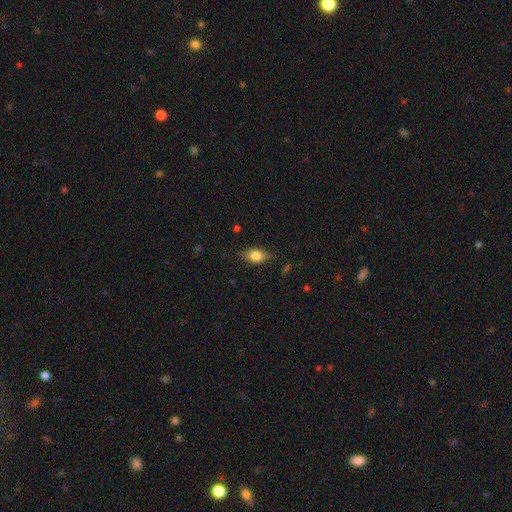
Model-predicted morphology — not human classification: The model was most divided on "merging": none: 78%, minor disturbance: 17%, major disturbance: 4%, merger: 1%. More confident: how rounded — in between (83%); smooth or featured — smooth (78%).